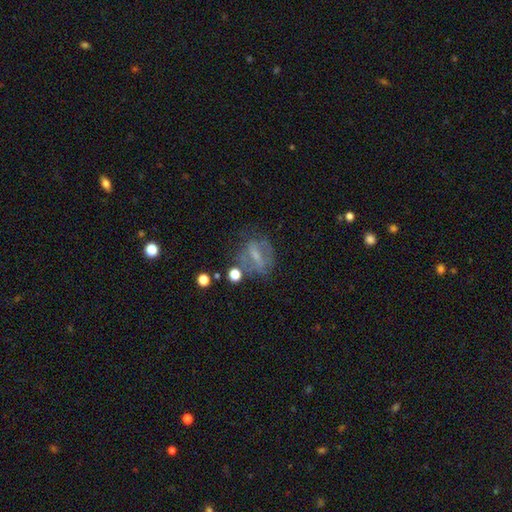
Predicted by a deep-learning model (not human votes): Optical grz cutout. It shows a featured or disk galaxy (49%). Merging: none (52%).